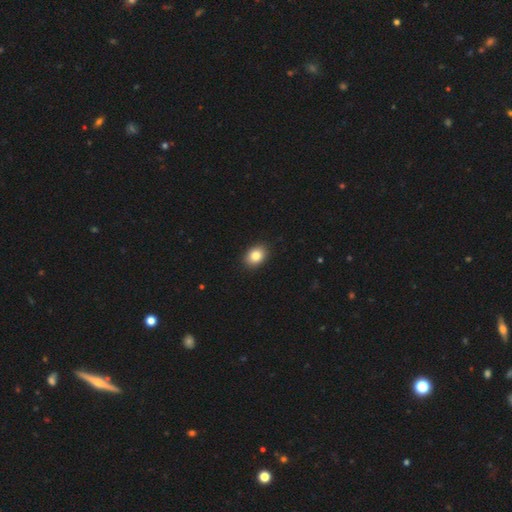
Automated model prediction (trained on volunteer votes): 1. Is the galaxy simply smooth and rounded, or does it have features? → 85% smooth, 9% star or artifact, 6% featured or disk.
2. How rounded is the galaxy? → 69% in between, 30% round, 1% cigar-shaped.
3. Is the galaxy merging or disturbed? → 90% none, 8% minor disturbance, 2% major disturbance, 1% merger.